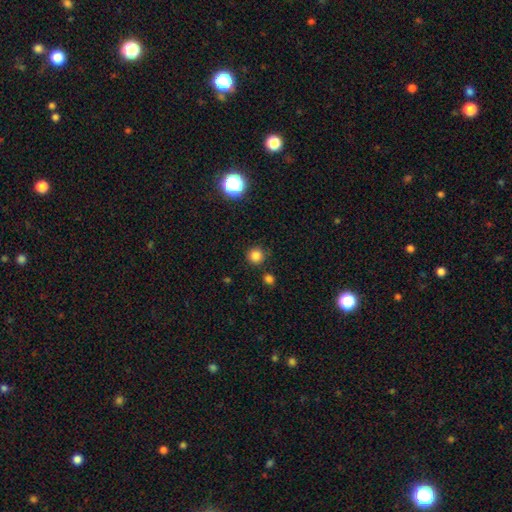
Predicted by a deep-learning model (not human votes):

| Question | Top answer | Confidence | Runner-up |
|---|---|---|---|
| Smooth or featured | smooth | 82% | star or artifact (14%) |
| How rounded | round | 95% | in between (4%) |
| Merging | none | 87% | minor disturbance (7%) |